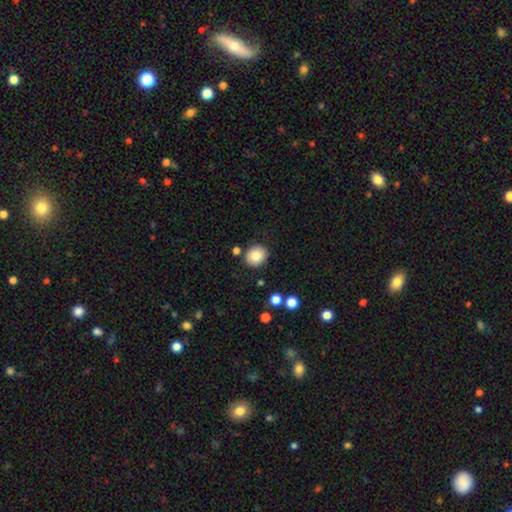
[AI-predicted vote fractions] Q: Smooth or featured?
A: smooth (82%); runner-up: featured or disk (9%)
Q: How rounded?
A: round (78%); runner-up: in between (22%)
Q: Merging?
A: none (85%); runner-up: minor disturbance (9%)